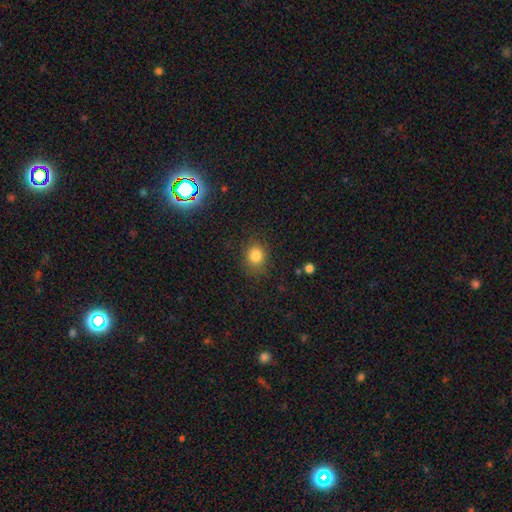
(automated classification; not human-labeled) Smooth or featured: smooth — 83% (star or artifact — 12%)
How rounded: round — 75% (in between — 25%)
Merging: none — 83% (minor disturbance — 12%)